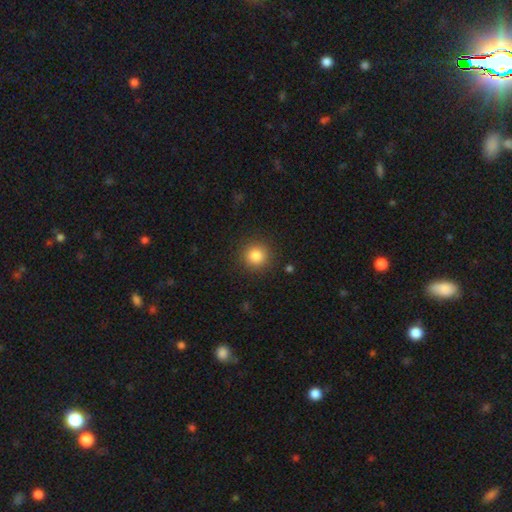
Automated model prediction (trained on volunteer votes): Smooth or featured?
  - smooth: 84% *
  - star or artifact: 11%
  - featured or disk: 5%
How rounded?
  - round: 94% *
  - in between: 5%
  - cigar-shaped: 1%
Merging?
  - none: 90% *
  - minor disturbance: 7%
  - major disturbance: 2%
  - merger: 1%